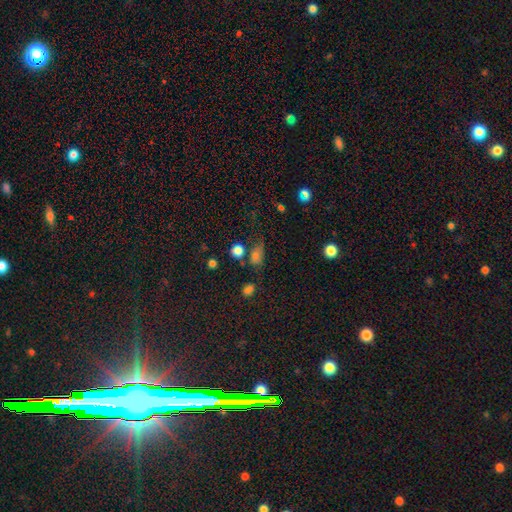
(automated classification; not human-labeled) A smooth galaxy with no disk features (70%) that is in between round and cigar-shaped (70%).

Vote fractions:
- Smooth or featured? smooth: 70% / star or artifact: 21% / featured or disk: 9%
- How rounded? in between: 70% / round: 25% / cigar-shaped: 5%
- Merging? none: 55% / minor disturbance: 24% / major disturbance: 11% / merger: 10%